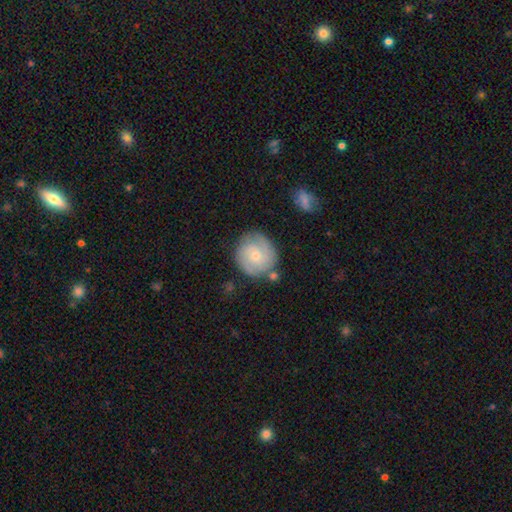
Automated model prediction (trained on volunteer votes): featured or disk 58%, smooth 36%, star or artifact 6%. Down the decision tree: edge-on disk — no (97%); bar — no (74%); spiral arms — yes (87%); bulge size — small (63%); merging — none (75%).